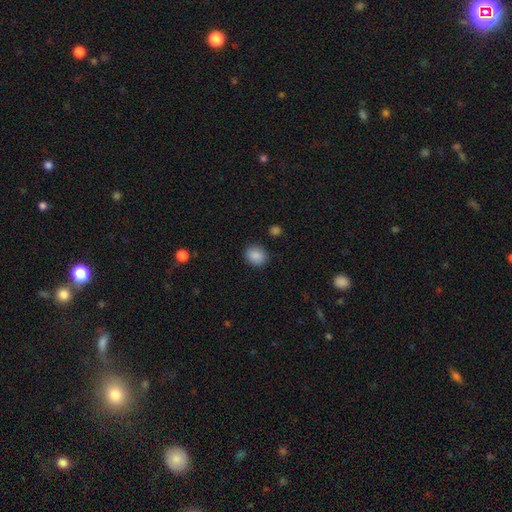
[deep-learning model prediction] Smooth or featured? smooth (88%)
How rounded? round (71%)
Merging? none (87%)